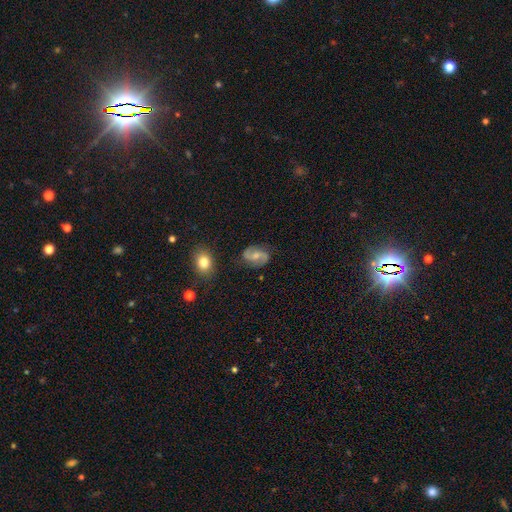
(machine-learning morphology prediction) Smooth or featured? featured or disk (76%)
Edge-on disk? no (98%)
Bar? weak (46%)
Spiral arms? yes (94%)
Spiral winding? loose (44%)
Spiral arm count? 2 (93%)
Bulge size? moderate (47%)
Merging? none (81%)